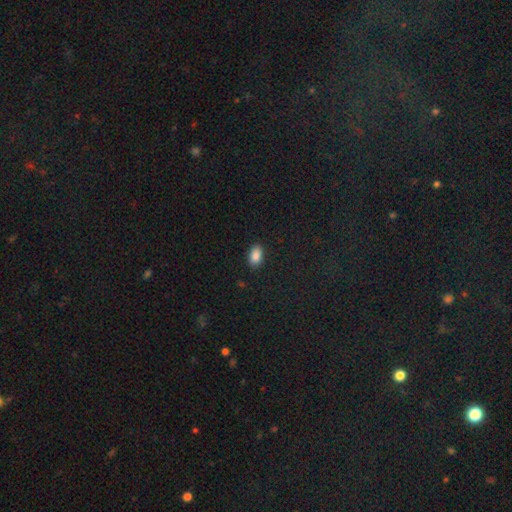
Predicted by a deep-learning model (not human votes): Morphology: type=smooth (87%); roundness=in between (90%); merging=none (88%).